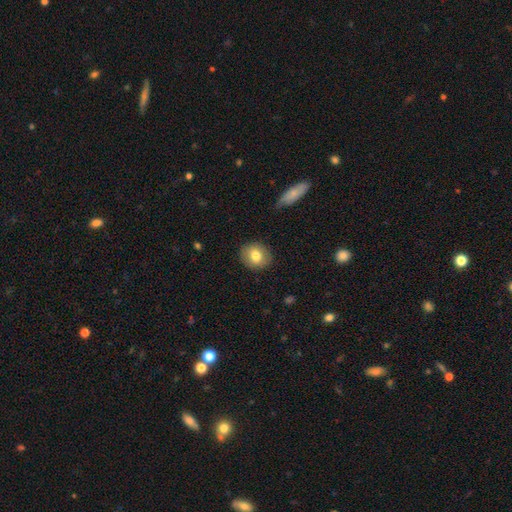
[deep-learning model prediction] A smooth galaxy with no disk features (78%) that is round (77%).

Vote fractions:
- Smooth or featured? smooth: 78% / featured or disk: 13% / star or artifact: 8%
- How rounded? round: 77% / in between: 22% / cigar-shaped: 1%
- Merging? none: 87% / minor disturbance: 10% / major disturbance: 2% / merger: 1%